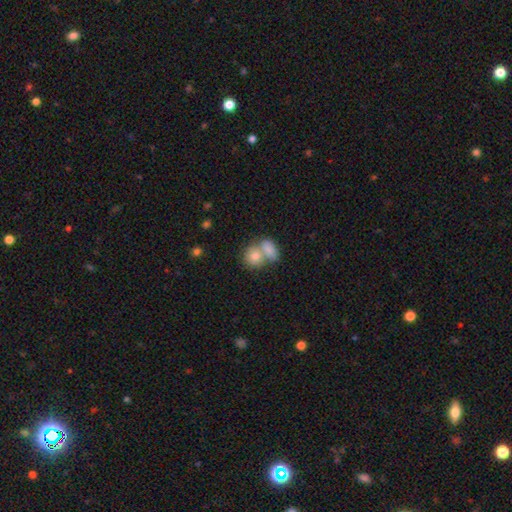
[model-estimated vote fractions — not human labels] A smooth galaxy with no disk features (78%) that is round (66%).

Vote fractions:
- Smooth or featured? smooth: 78% / featured or disk: 13% / star or artifact: 9%
- How rounded? round: 66% / in between: 32% / cigar-shaped: 2%
- Merging? merger: 56% / none: 33% / minor disturbance: 7% / major disturbance: 3%